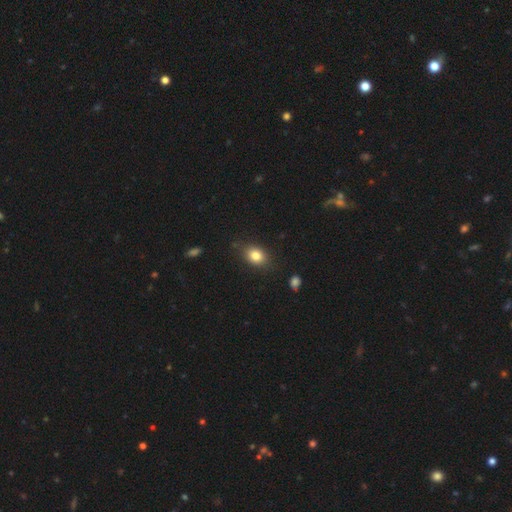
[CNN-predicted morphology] Smooth or featured? Predicted: smooth (p=0.82). How rounded? Predicted: in between (p=0.63). Merging? Predicted: none (p=0.82).